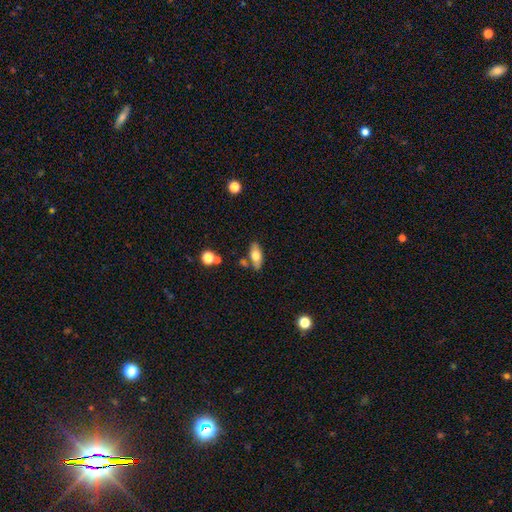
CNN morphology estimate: smooth-or-featured: smooth: 68% | featured or disk: 25% | star or artifact: 7%
  how-rounded: in between: 81% | cigar-shaped: 16% | round: 4%
  merging: none: 74% | minor disturbance: 14% | merger: 9% | major disturbance: 3%